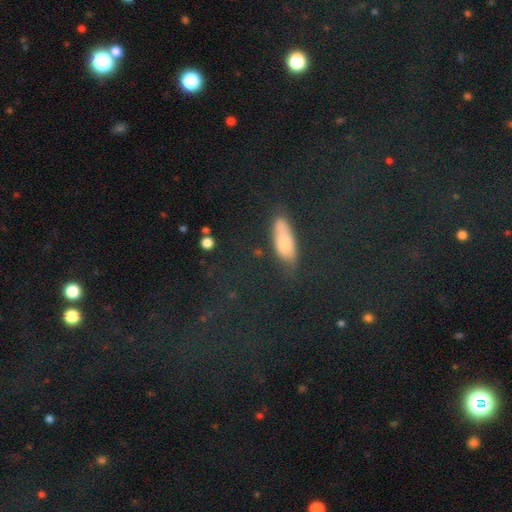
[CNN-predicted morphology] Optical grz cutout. It shows a smooth galaxy with no disk features (40%). Merging: none (60%).